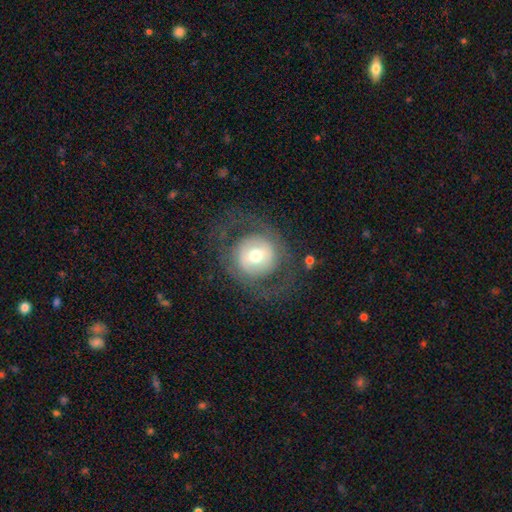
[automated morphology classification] smooth-or-featured: featured or disk: 52% | smooth: 40% | star or artifact: 8%
  disk-edge-on: no: 95% | yes: 5%
  merging: none: 73% | major disturbance: 15% | minor disturbance: 11% | merger: 1%